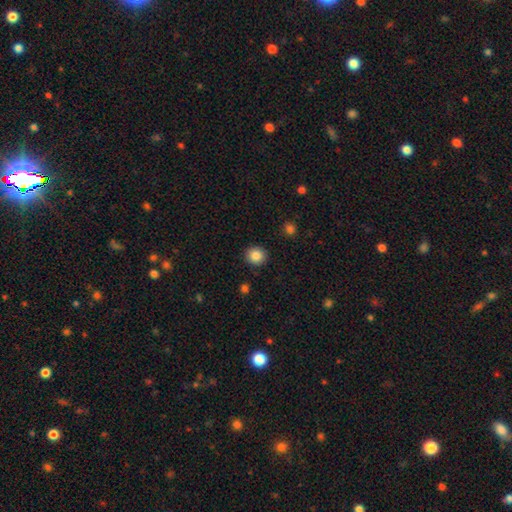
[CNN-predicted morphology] type=smooth (87%); roundness=round (90%); merging=none (91%).